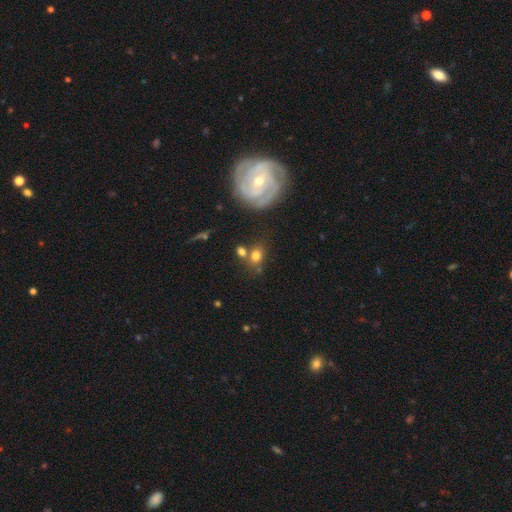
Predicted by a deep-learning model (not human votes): The model was most divided on "how rounded" (2-way tie): round: 49%, in between: 49%, cigar-shaped: 2%. More confident: smooth or featured — smooth (65%); merging — none (57%).